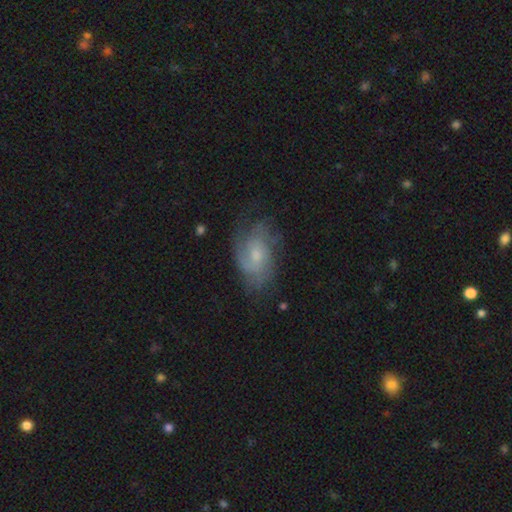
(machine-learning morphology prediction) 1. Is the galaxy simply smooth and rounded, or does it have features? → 67% featured or disk, 26% smooth, 7% star or artifact.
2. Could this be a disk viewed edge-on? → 96% no, 4% yes.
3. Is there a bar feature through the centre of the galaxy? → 61% no, 35% weak, 4% strong.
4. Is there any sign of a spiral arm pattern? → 86% yes, 14% no.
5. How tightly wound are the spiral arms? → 43% medium, 37% tight, 20% loose.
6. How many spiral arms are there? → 39% can't tell, 31% 2, 15% 3, 6% 4, 6% 1, 4% more than 4.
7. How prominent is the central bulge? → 52% small, 38% moderate, 6% none, 3% large, 1% dominant.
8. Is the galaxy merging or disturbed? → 62% none, 23% minor disturbance, 13% major disturbance, 2% merger.